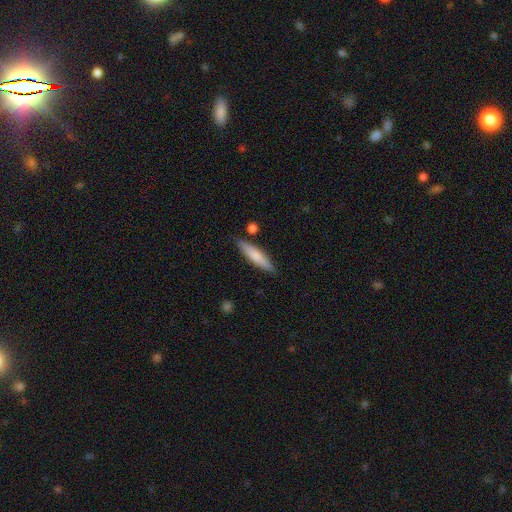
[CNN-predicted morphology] Smooth or featured?
  - smooth: 70% *
  - featured or disk: 25%
  - star or artifact: 5%
How rounded?
  - cigar-shaped: 83% *
  - in between: 16%
  - round: 2%
Merging?
  - none: 84% *
  - minor disturbance: 10%
  - merger: 3%
  - major disturbance: 2%